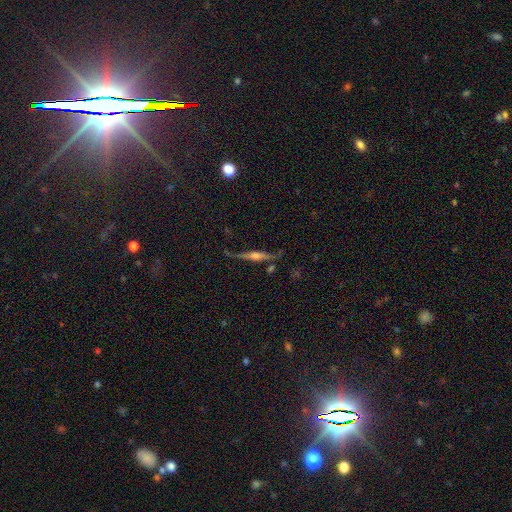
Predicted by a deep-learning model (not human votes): This is likely a featured or disk galaxy (80%). It is clearly viewed edge-on (96%). Edge-on bulge: clearly rounded (83%). Merging: likely none (79%).